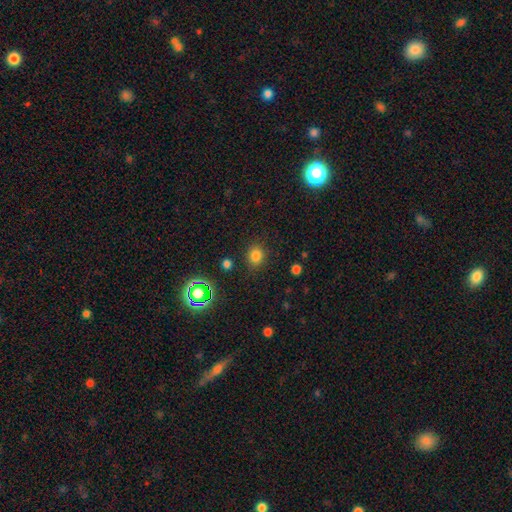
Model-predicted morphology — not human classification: type=smooth (78%); roundness=round (73%); merging=none (85%).